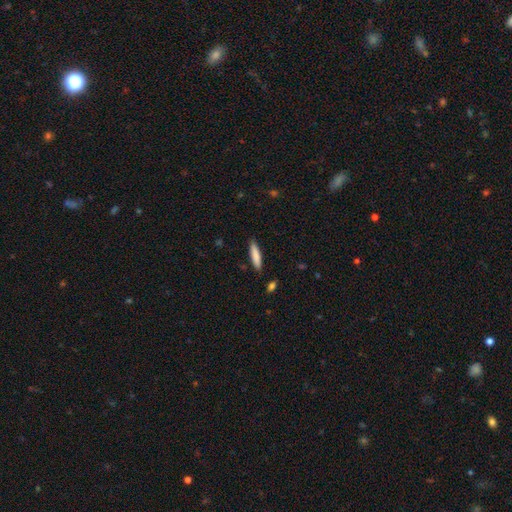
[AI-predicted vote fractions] smooth_or_featured: smooth (p=0.83) [alt: featured or disk p=0.12]
how_rounded: cigar-shaped (p=0.82) [alt: in between p=0.17]
merging: none (p=0.87) [alt: minor disturbance p=0.09]